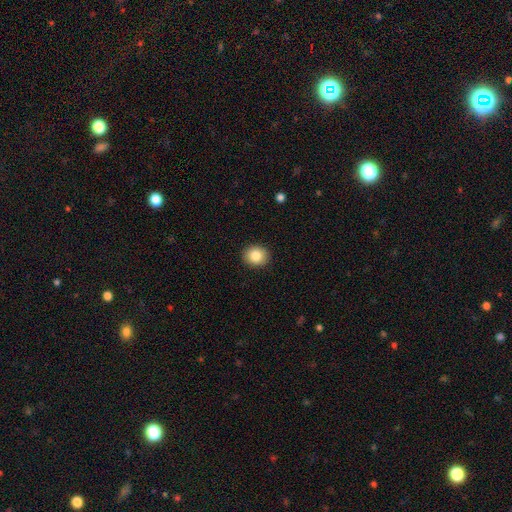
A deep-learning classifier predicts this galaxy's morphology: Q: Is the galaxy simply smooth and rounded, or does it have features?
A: smooth — 84%.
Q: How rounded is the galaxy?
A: round — 75%.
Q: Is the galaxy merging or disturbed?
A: none — 92%.